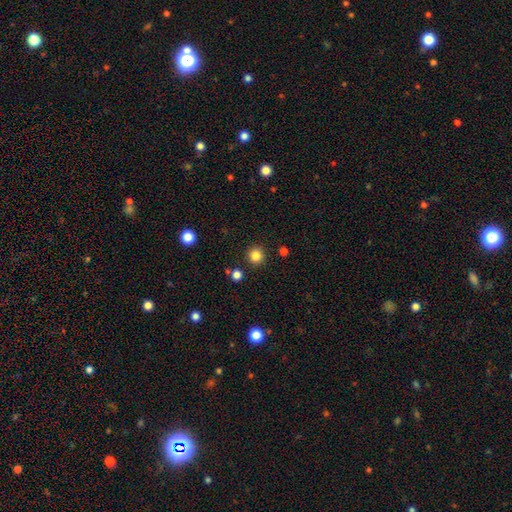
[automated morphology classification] Q: Smooth or featured?
A: smooth (84%); runner-up: star or artifact (12%)
Q: How rounded?
A: round (95%); runner-up: in between (4%)
Q: Merging?
A: none (91%); runner-up: minor disturbance (5%)